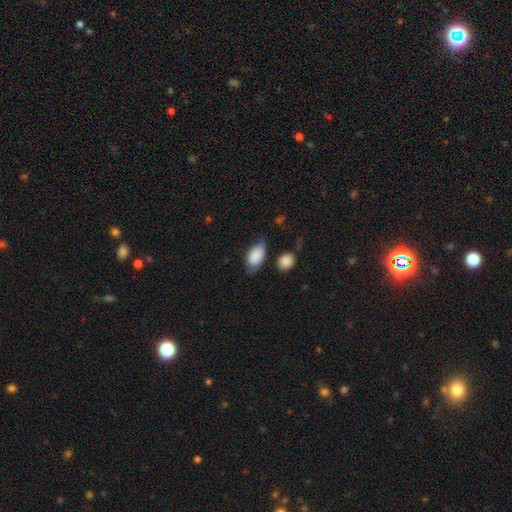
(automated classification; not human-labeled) Smooth or featured?
  - smooth: 83% *
  - featured or disk: 10%
  - star or artifact: 7%
How rounded?
  - in between: 90% *
  - round: 8%
  - cigar-shaped: 3%
Merging?
  - none: 50% *
  - minor disturbance: 33%
  - major disturbance: 11%
  - merger: 6%